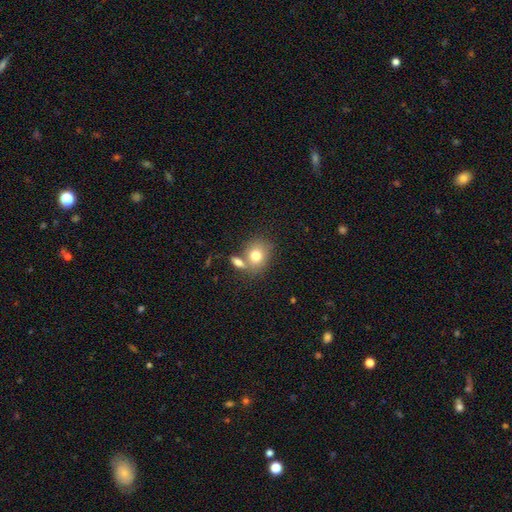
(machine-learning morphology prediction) Q: Smooth or featured?
A: smooth (77%); runner-up: featured or disk (14%)
Q: How rounded?
A: round (59%); runner-up: in between (40%)
Q: Merging?
A: none (52%); runner-up: merger (32%)